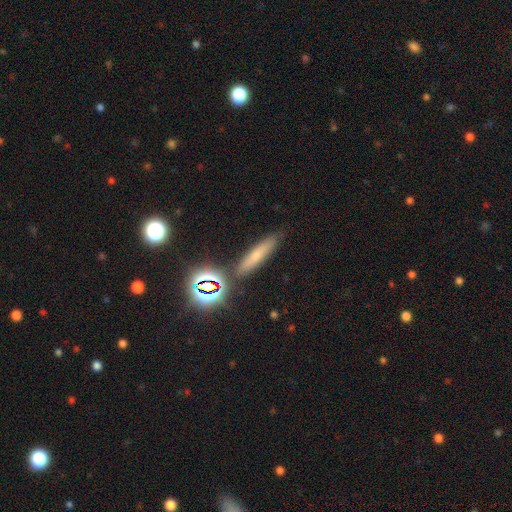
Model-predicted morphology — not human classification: This appears to be a smooth galaxy with no disk features (58%) that is cigar-shaped (82%). Merging: none (83%).